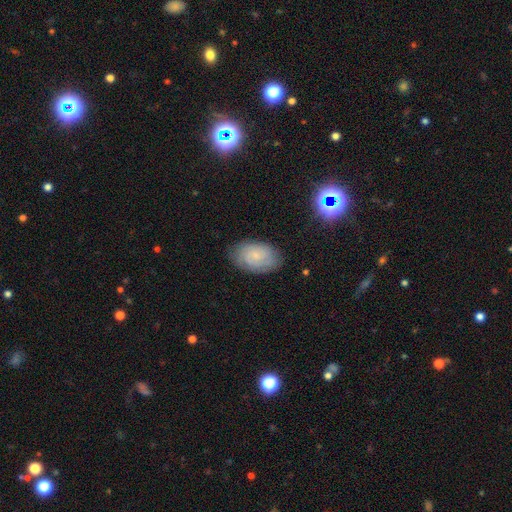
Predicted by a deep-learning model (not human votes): smooth_or_featured: featured or disk (p=0.49) [alt: smooth p=0.40]
merging: none (p=0.77) [alt: minor disturbance p=0.17]